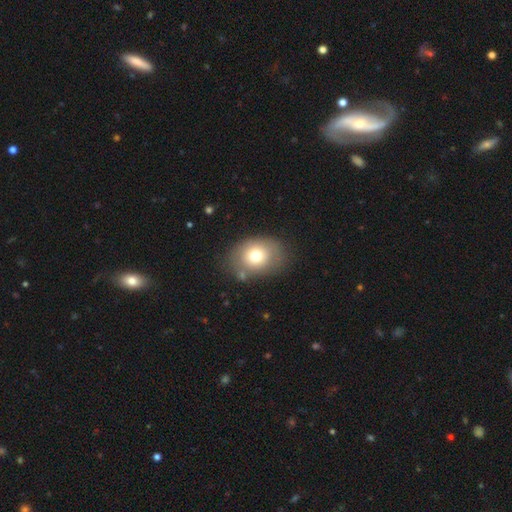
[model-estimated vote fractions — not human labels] The model was most divided on "how rounded": in between: 62%, round: 37%, cigar-shaped: 1%. More confident: merging — none (73%); smooth or featured — smooth (72%).